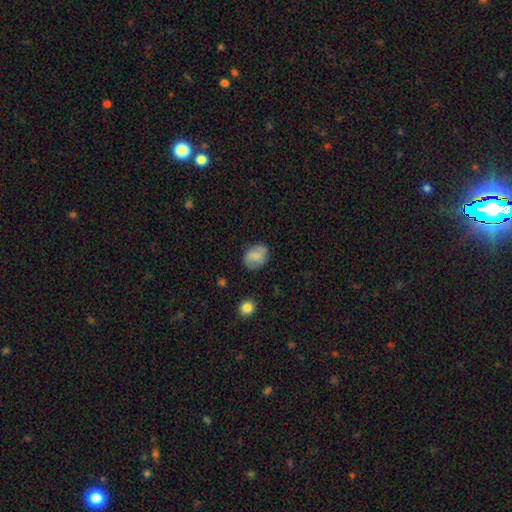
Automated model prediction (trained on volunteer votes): smooth_or_featured: smooth (p=0.70) [alt: featured or disk p=0.21]
how_rounded: in between (p=0.55) [alt: round p=0.44]
merging: none (p=0.76) [alt: minor disturbance p=0.18]